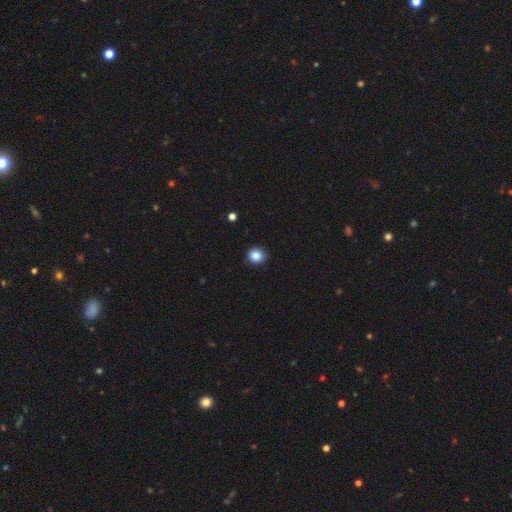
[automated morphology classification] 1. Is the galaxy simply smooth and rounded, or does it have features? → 86% smooth, 10% star or artifact, 4% featured or disk.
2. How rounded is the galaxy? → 87% round, 12% in between, 1% cigar-shaped.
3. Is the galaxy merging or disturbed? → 89% none, 8% minor disturbance, 2% major disturbance, 1% merger.